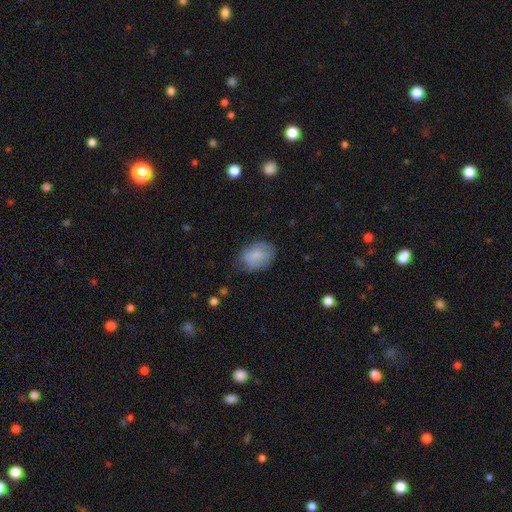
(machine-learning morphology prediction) Smooth or featured?
  - smooth: 77% *
  - featured or disk: 15%
  - star or artifact: 7%
How rounded?
  - in between: 77% *
  - round: 22%
  - cigar-shaped: 1%
Merging?
  - none: 61% *
  - minor disturbance: 29%
  - major disturbance: 8%
  - merger: 2%